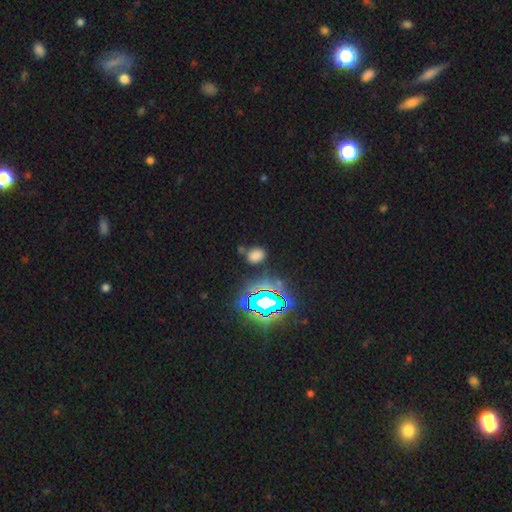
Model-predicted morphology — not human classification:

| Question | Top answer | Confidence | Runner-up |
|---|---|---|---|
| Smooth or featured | smooth | 62% | star or artifact (31%) |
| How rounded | in between | 67% | round (32%) |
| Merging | none | 75% | minor disturbance (14%) |